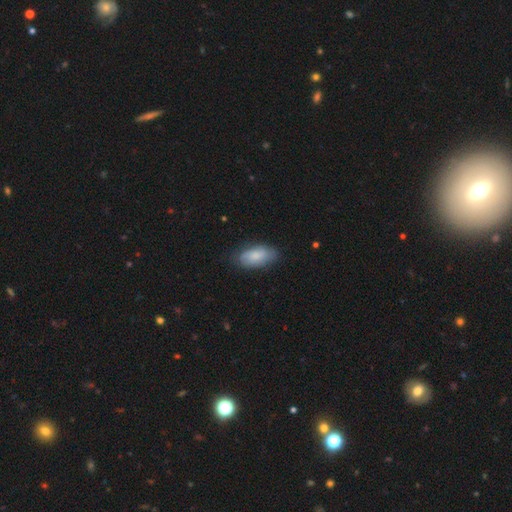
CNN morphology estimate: type=smooth (76%); roundness=in between (92%); merging=none (75%).